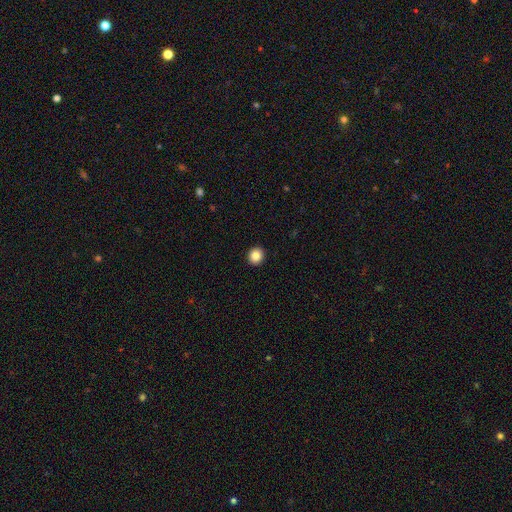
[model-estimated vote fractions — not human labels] A smooth galaxy with no disk features (85%) that is round (90%).

Vote fractions:
- Smooth or featured? smooth: 85% / star or artifact: 10% / featured or disk: 5%
- How rounded? round: 90% / in between: 9% / cigar-shaped: 1%
- Merging? none: 94% / minor disturbance: 4% / major disturbance: 1% / merger: 1%